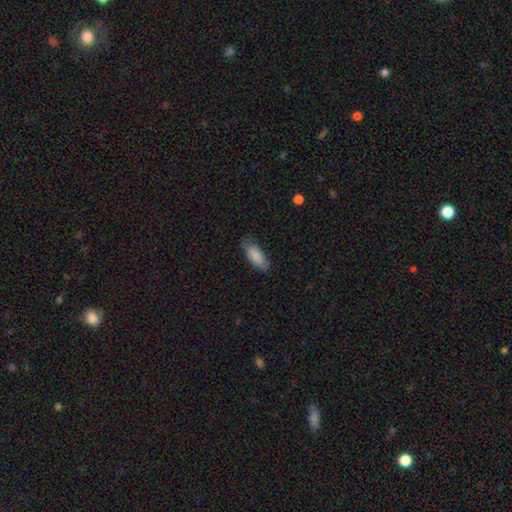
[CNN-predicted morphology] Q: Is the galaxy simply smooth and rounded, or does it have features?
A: smooth — 86%.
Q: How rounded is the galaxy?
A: in between — 80%.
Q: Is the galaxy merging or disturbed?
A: none — 77%.